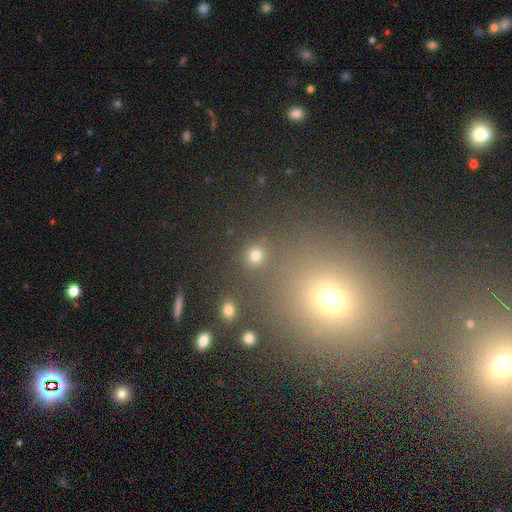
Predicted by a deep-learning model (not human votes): smooth-or-featured: smooth: 75% | star or artifact: 20% | featured or disk: 5%
  how-rounded: round: 86% | in between: 12% | cigar-shaped: 1%
  merging: none: 85% | minor disturbance: 7% | merger: 5% | major disturbance: 3%